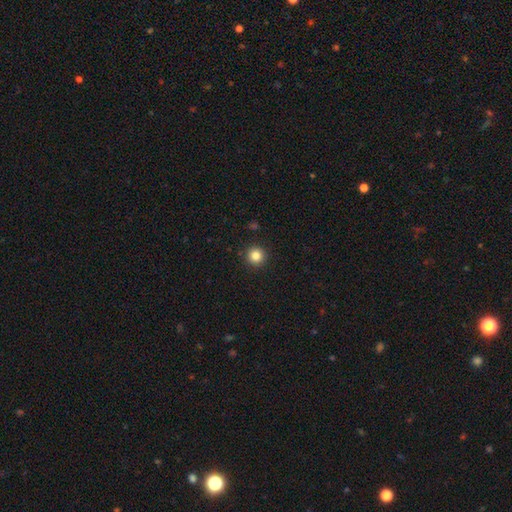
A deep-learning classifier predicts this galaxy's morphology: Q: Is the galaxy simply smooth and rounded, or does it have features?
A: smooth — 84%.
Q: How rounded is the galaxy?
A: round — 96%.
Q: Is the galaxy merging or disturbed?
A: none — 93%.